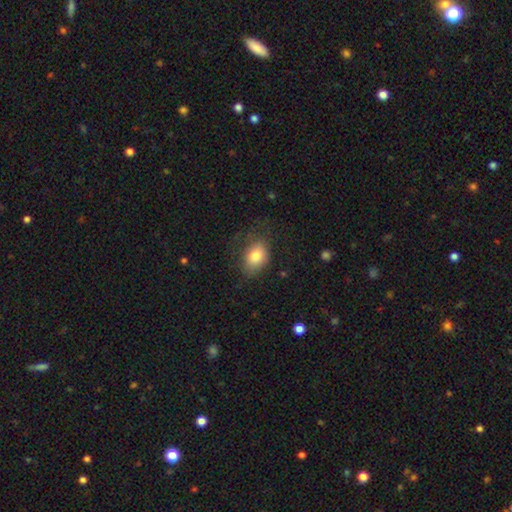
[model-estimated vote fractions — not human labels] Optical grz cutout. It shows a smooth galaxy with no disk features (80%) that is in between round and cigar-shaped (74%). Merging: none (64%).